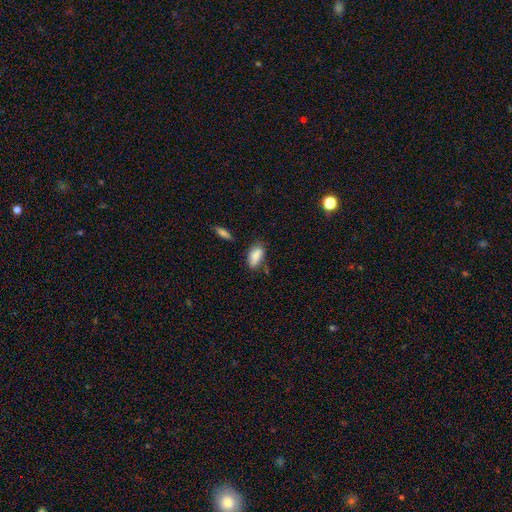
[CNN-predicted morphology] The model was most divided on "merging": none: 58%, minor disturbance: 28%, major disturbance: 7%, merger: 7%. More confident: how rounded — in between (90%); smooth or featured — smooth (82%).